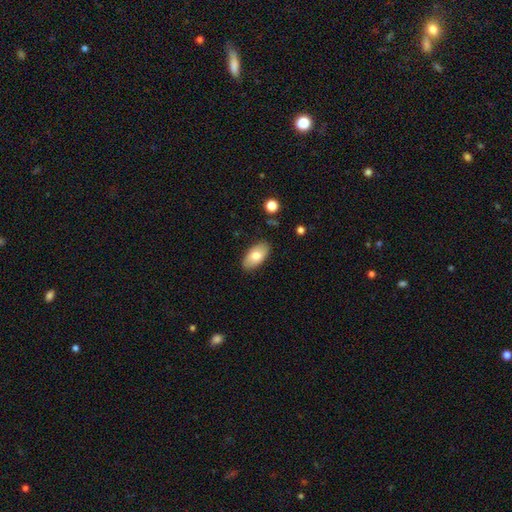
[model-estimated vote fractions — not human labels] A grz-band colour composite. It shows a smooth galaxy with no disk features (76%) that is in between round and cigar-shaped (94%). Merging: none (86%).